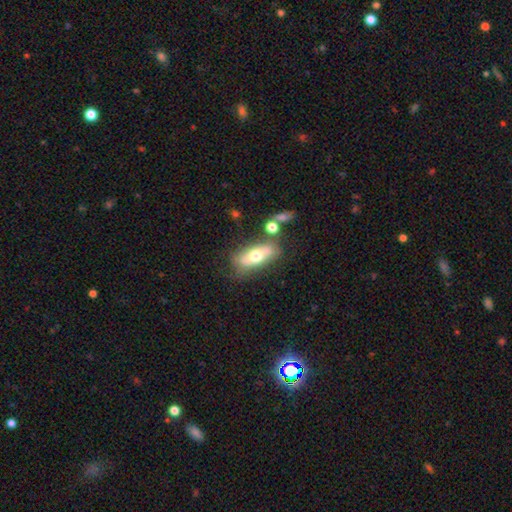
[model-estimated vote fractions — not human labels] Morphology: type=smooth (51%); roundness=in between (79%); merging=none (59%).